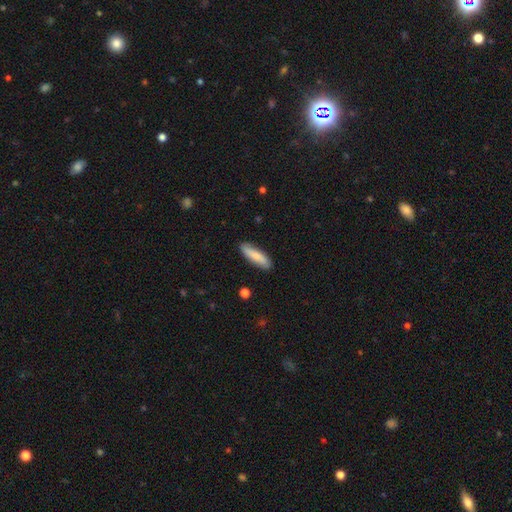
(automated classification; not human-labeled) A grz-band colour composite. It shows a smooth galaxy with no disk features (77%) that is cigar-shaped (63%). Merging: none (85%).